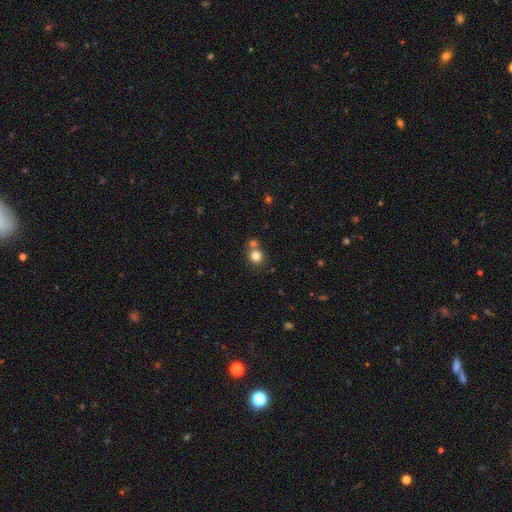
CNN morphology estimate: Smooth or featured? Predicted: smooth (p=0.81). How rounded? Predicted: round (p=0.86). Merging? Predicted: none (p=0.58).